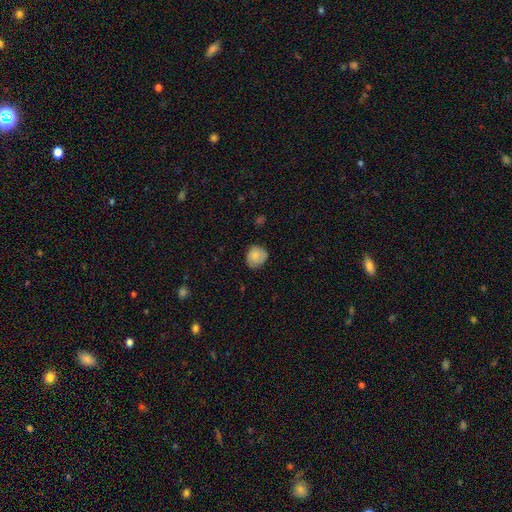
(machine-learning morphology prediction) Smooth or featured? Predicted: smooth (p=0.82). How rounded? Predicted: round (p=0.78). Merging? Predicted: none (p=0.73).